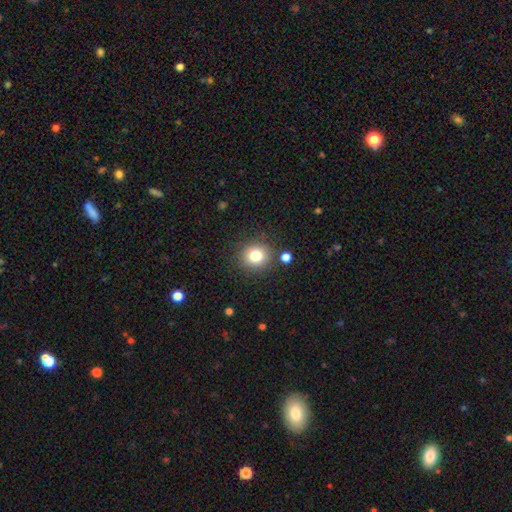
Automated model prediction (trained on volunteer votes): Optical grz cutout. It shows a smooth galaxy with no disk features (79%) that is round (87%). Merging: none (85%).